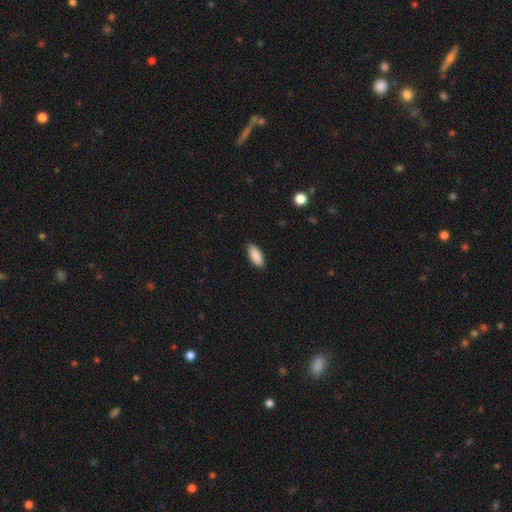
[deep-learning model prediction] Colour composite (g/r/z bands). It shows a smooth galaxy with no disk features (90%) that is in between round and cigar-shaped (84%). Merging: none (88%).